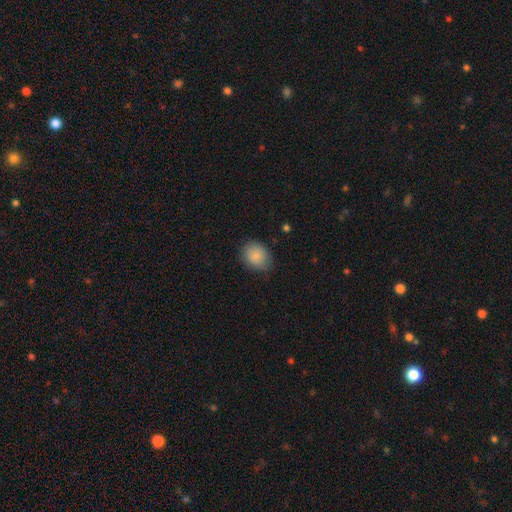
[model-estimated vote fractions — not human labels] smooth_or_featured: smooth (p=0.87) [alt: star or artifact p=0.08]
how_rounded: in between (p=0.50) [alt: round p=0.49]
merging: none (p=0.77) [alt: minor disturbance p=0.18]